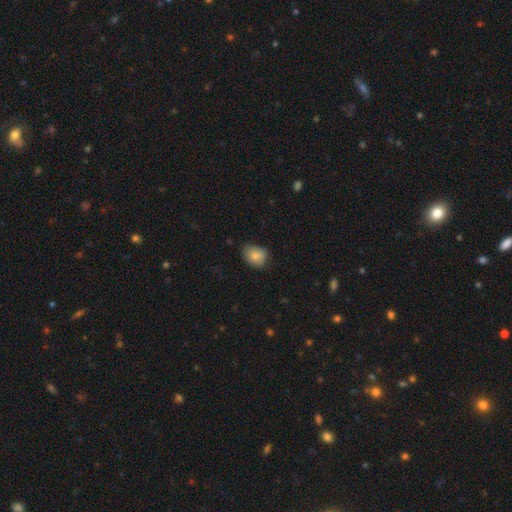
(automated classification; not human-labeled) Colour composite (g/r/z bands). It shows a smooth galaxy with no disk features (82%) that is in between round and cigar-shaped (58%). Merging: none (66%).